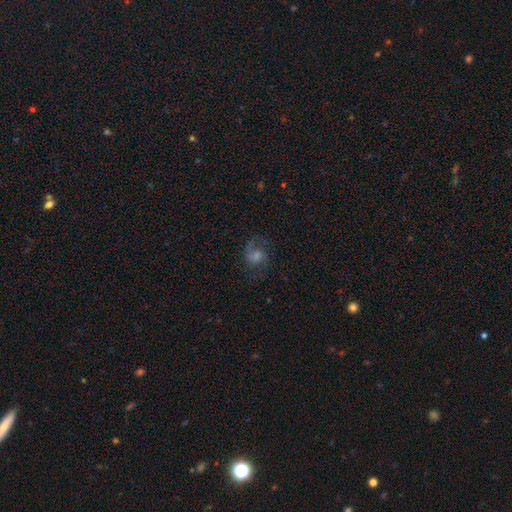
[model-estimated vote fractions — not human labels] Overall: featured or disk (68%). Edge-on disk: no (98%). Bar: no (61%; weak 34%). Spiral arms: yes (94%). Spiral arm count: 2 (83%). Spiral winding: medium (52%; loose 30%). Bulge size: moderate (41%; small 32%). Merging: none (73%).